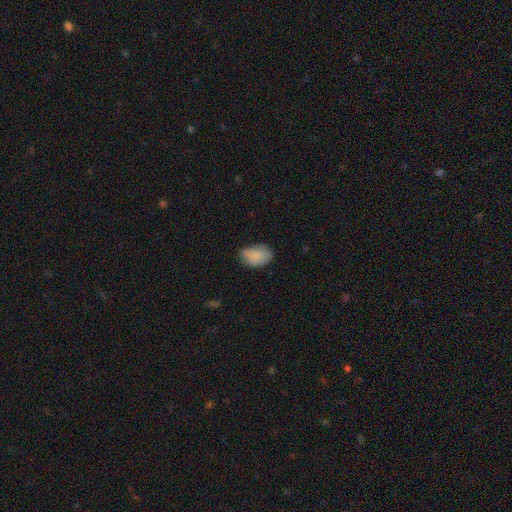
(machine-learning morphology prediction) A smooth galaxy with no disk features (85%) that is in between round and cigar-shaped (86%).

Vote fractions:
- Smooth or featured? smooth: 85% / featured or disk: 8% / star or artifact: 7%
- How rounded? in between: 86% / round: 12% / cigar-shaped: 1%
- Merging? none: 67% / minor disturbance: 26% / major disturbance: 5% / merger: 1%